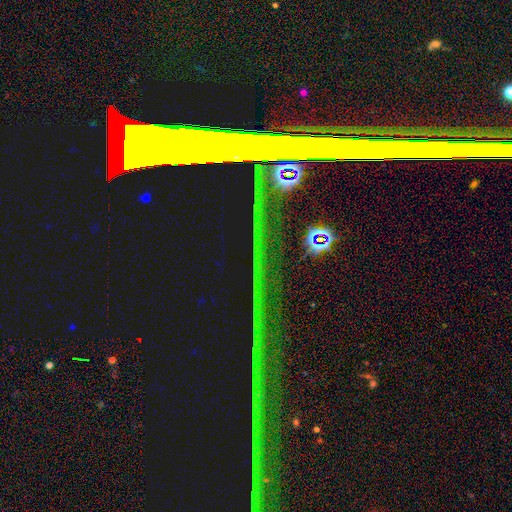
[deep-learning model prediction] smooth-or-featured: star or artifact: 75% | featured or disk: 16% | smooth: 9%